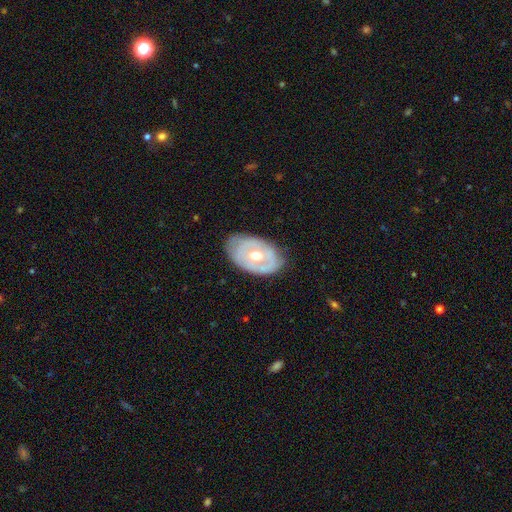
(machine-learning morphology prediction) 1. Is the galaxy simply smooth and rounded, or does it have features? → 64% featured or disk, 31% smooth, 5% star or artifact.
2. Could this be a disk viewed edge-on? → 92% no, 8% yes.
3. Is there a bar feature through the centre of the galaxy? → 81% no, 15% weak, 4% strong.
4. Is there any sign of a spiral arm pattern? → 64% no, 36% yes.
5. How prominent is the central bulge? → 77% moderate, 16% small, 5% large, 1% dominant, 1% none.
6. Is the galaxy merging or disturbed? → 68% none, 24% minor disturbance, 7% major disturbance, 1% merger.